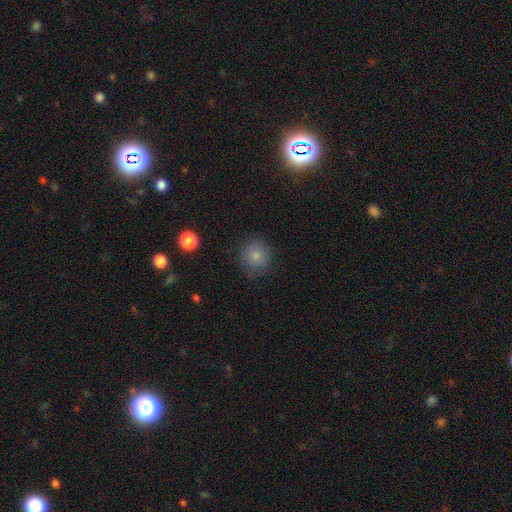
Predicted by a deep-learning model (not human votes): Q: Smooth or featured?
A: smooth (83%); runner-up: star or artifact (11%)
Q: How rounded?
A: round (89%); runner-up: in between (10%)
Q: Merging?
A: none (83%); runner-up: minor disturbance (12%)